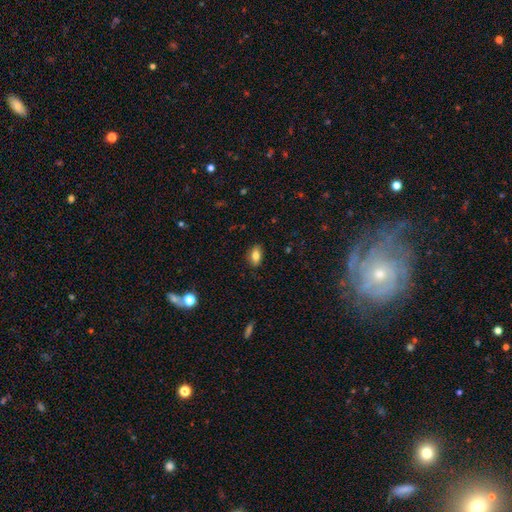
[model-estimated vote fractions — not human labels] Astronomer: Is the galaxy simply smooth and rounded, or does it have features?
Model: smooth — 80%.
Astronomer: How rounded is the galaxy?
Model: in between — 88%.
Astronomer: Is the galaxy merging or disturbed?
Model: none — 87%.